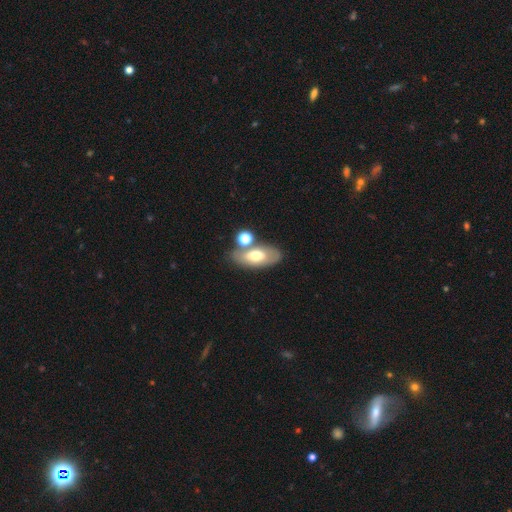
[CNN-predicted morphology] Smooth or featured? smooth (58%)
How rounded? in between (86%)
Merging? none (61%)